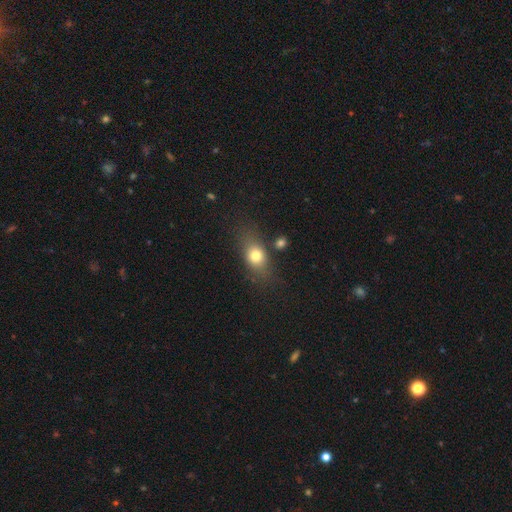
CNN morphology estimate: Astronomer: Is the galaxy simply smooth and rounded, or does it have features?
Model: smooth — 74%.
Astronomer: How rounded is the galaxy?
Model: in between — 61%.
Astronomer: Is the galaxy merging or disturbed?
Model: none — 69%.